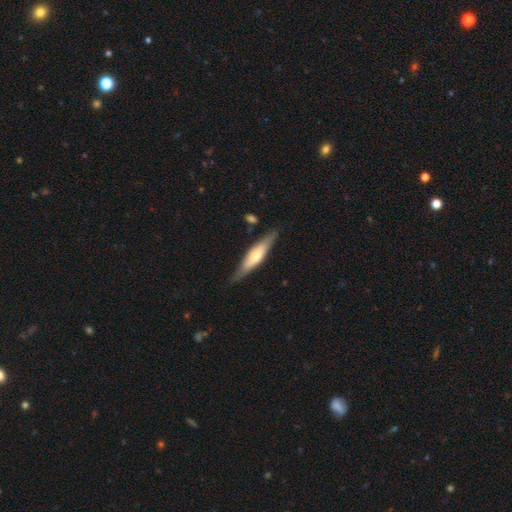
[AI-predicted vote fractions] Smooth or featured? featured or disk (51%)
Edge-on disk? yes (85%)
Merging? none (80%)